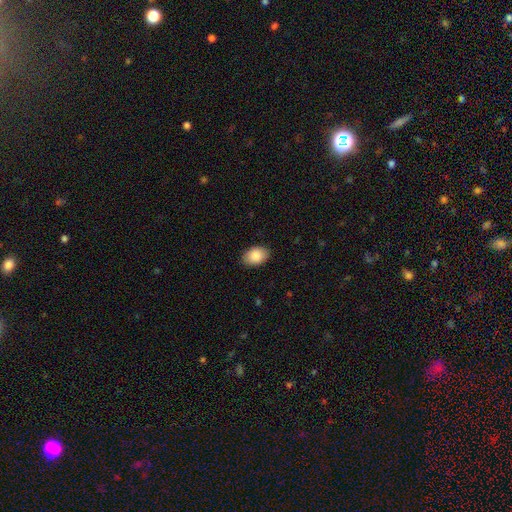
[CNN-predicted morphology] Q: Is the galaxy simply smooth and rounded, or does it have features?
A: smooth — 88%.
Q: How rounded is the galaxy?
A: in between — 87%.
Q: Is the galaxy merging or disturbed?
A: none — 88%.